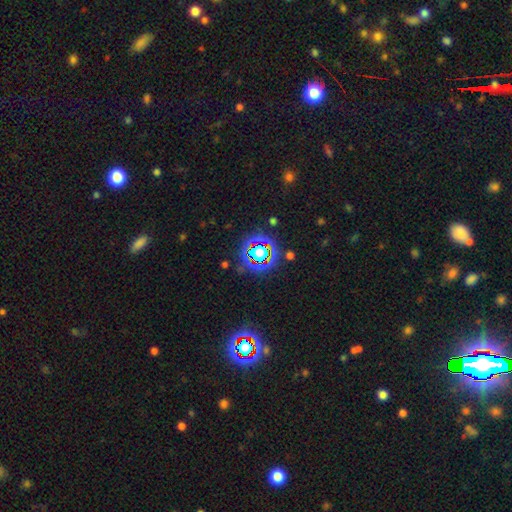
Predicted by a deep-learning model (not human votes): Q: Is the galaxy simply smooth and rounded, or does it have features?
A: star or artifact — 80%.